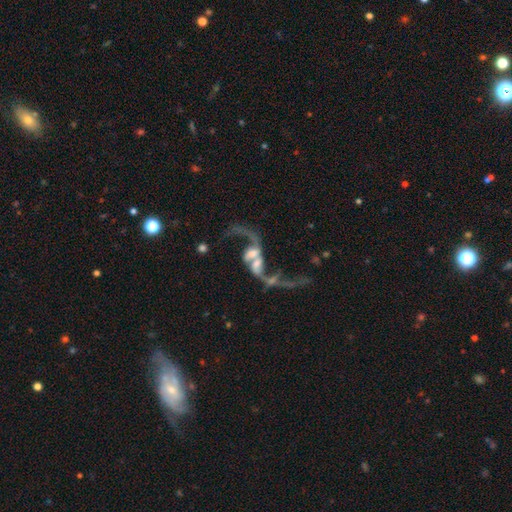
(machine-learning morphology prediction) Overall: featured or disk (81%). Edge-on disk: no (94%). Bar: no (46%; weak 36%). Spiral arms: yes (85%). Spiral arm count: 2 (84%). Spiral winding: loose (91%). Bulge size: small (35%; moderate 32%). Merging: merger (47%; none 25%).